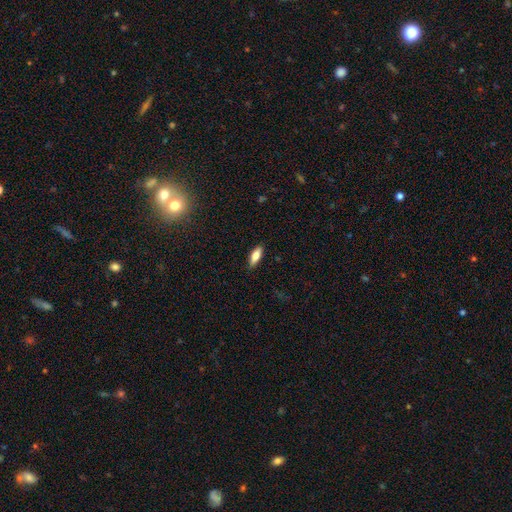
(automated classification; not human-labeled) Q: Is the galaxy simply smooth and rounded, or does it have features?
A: smooth — 79%.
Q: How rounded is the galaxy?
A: in between — 71%.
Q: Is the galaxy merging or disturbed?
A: none — 87%.